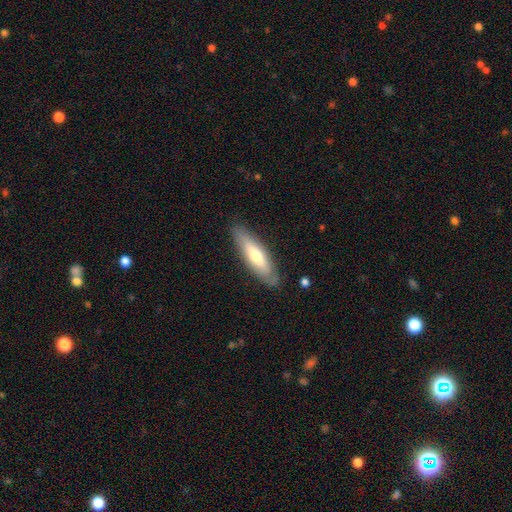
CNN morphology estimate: This appears to be a smooth galaxy with no disk features (57%) that is cigar-shaped (59%). Merging: none (83%).